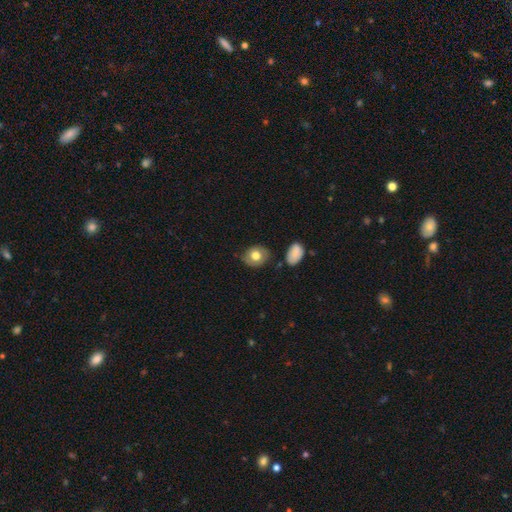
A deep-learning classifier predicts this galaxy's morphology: Smooth or featured: smooth — 70% (featured or disk — 22%)
How rounded: round — 57% (in between — 42%)
Merging: none — 75% (minor disturbance — 17%)